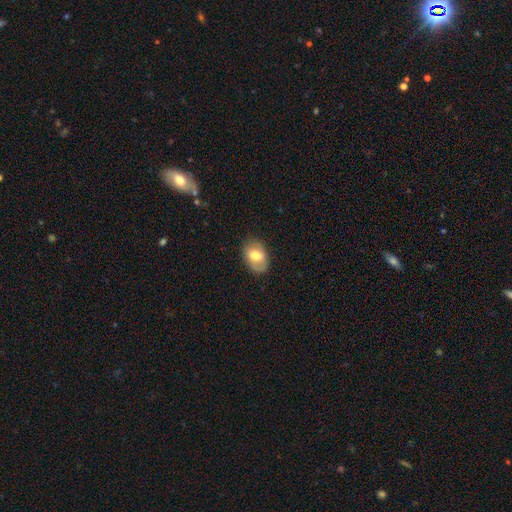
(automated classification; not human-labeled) Smooth or featured: smooth — 62% (featured or disk — 31%)
How rounded: in between — 82% (round — 17%)
Merging: none — 79% (minor disturbance — 16%)